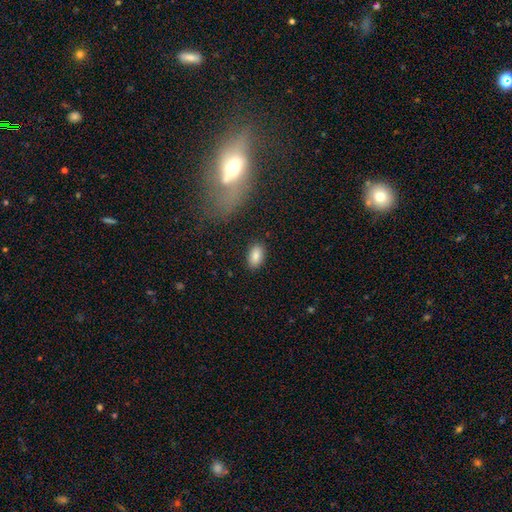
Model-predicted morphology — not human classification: Smooth or featured? Predicted: smooth (p=0.86). How rounded? Predicted: in between (p=0.92). Merging? Predicted: none (p=0.86).